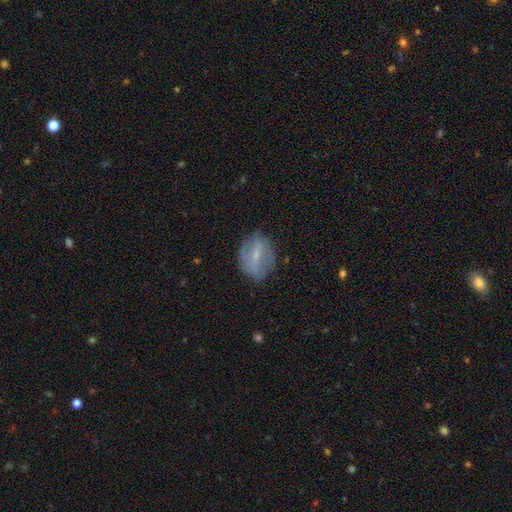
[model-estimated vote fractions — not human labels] Smooth or featured?
  - featured or disk: 56% *
  - smooth: 36%
  - star or artifact: 9%
Edge-on disk?
  - no: 91% *
  - yes: 9%
Bar?
  - weak: 44% *
  - strong: 39%
  - no: 18%
Spiral arms?
  - no: 56% *
  - yes: 44%
Bulge size?
  - small: 62% *
  - moderate: 23%
  - none: 12%
  - large: 1%
  - dominant: 1%
Merging?
  - none: 72% *
  - minor disturbance: 19%
  - major disturbance: 7%
  - merger: 1%